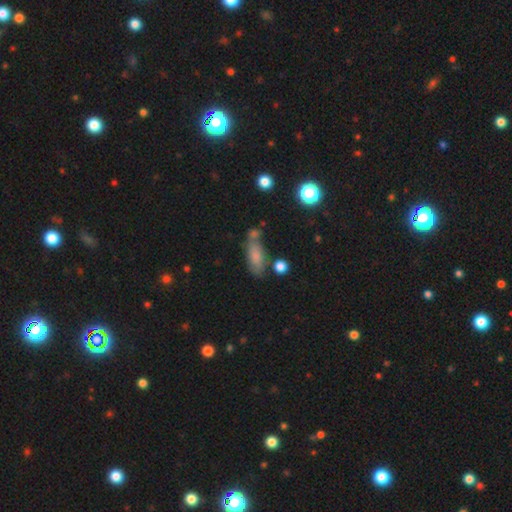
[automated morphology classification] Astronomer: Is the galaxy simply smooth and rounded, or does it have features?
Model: smooth — 75%.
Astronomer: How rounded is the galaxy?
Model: in between — 72%.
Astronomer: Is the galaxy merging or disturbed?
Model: none — 57%.